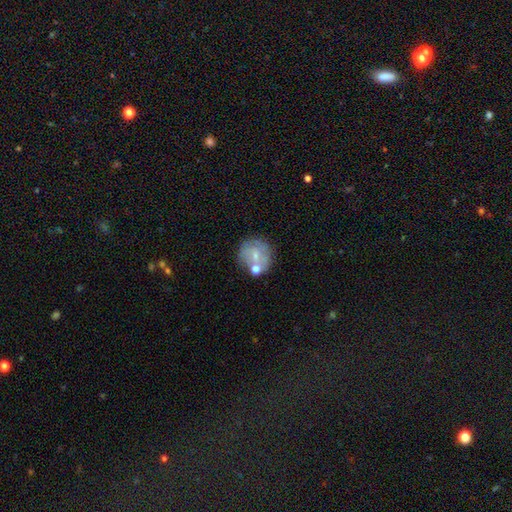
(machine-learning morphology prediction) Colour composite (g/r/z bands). It shows a smooth galaxy with no disk features (47%). Merging: none (58%).